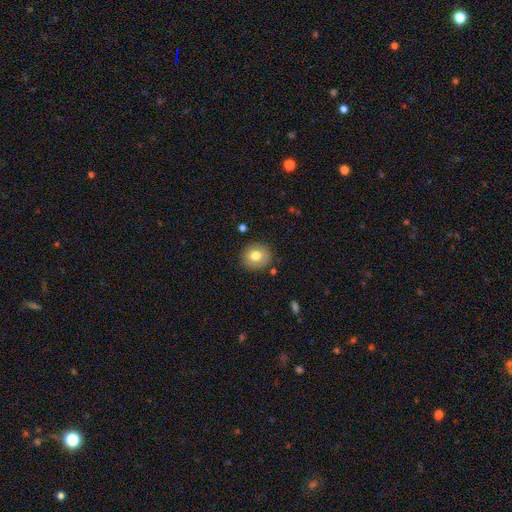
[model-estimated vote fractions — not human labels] smooth-or-featured: smooth: 75% | featured or disk: 17% | star or artifact: 9%
  how-rounded: round: 80% | in between: 19% | cigar-shaped: 1%
  merging: none: 85% | minor disturbance: 11% | major disturbance: 3% | merger: 2%